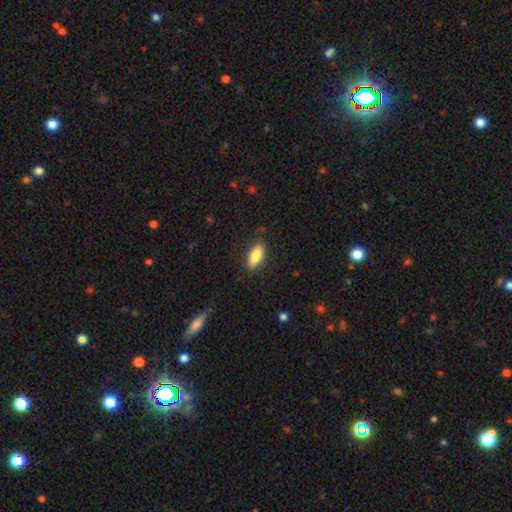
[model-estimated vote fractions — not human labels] The model was most divided on "how rounded": in between: 73%, cigar-shaped: 24%, round: 2%. More confident: merging — none (86%); smooth or featured — smooth (83%).